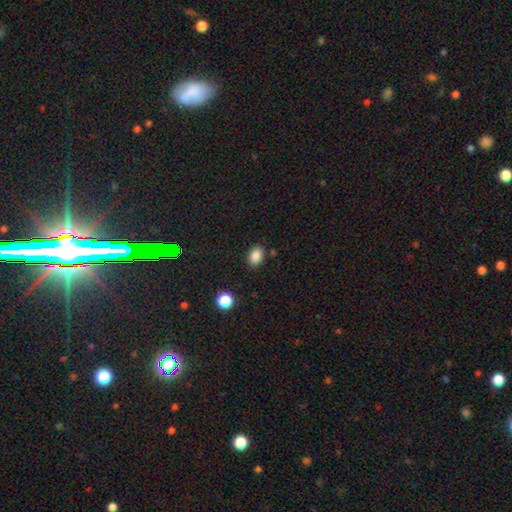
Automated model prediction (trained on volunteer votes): A smooth galaxy with no disk features (86%) that is in between round and cigar-shaped (80%). Merging: none (84%).